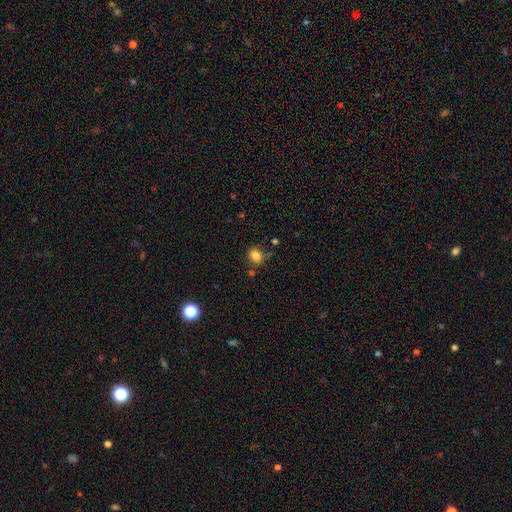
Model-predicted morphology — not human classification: A smooth galaxy with no disk features (82%) that is round (54%).

Vote fractions:
- Smooth or featured? smooth: 82% / star or artifact: 12% / featured or disk: 6%
- How rounded? round: 54% / in between: 45% / cigar-shaped: 1%
- Merging? none: 70% / minor disturbance: 17% / merger: 8% / major disturbance: 5%